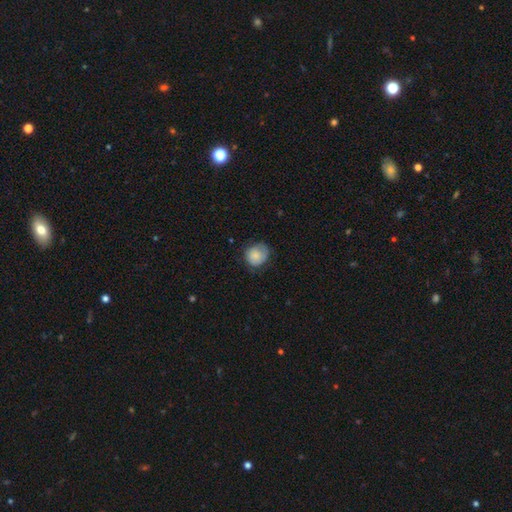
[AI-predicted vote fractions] Smooth or featured?
  - smooth: 78% *
  - featured or disk: 15%
  - star or artifact: 8%
How rounded?
  - round: 79% *
  - in between: 20%
  - cigar-shaped: 1%
Merging?
  - none: 61% *
  - minor disturbance: 29%
  - major disturbance: 9%
  - merger: 1%